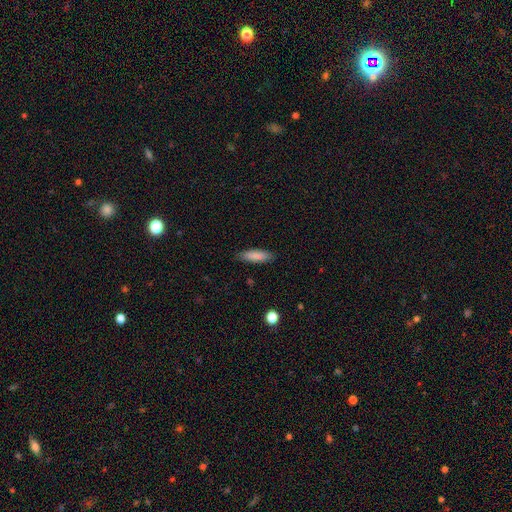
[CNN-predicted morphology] smooth 86%, featured or disk 8%, star or artifact 6%. Down the decision tree: how rounded — cigar-shaped (54%); merging — none (86%).